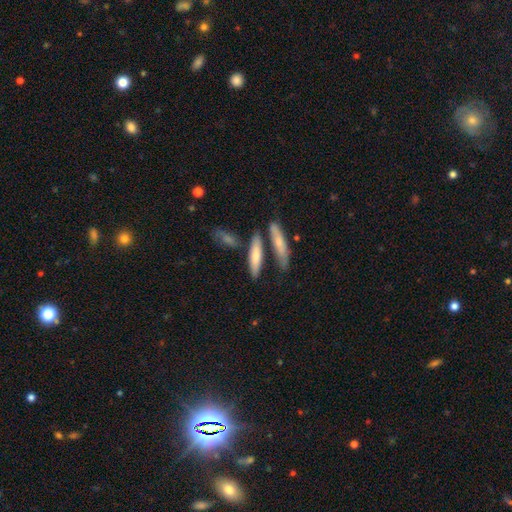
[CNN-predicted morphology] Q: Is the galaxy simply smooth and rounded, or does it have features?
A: smooth — 70%.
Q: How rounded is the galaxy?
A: cigar-shaped — 70%.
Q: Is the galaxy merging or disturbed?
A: none — 65%.